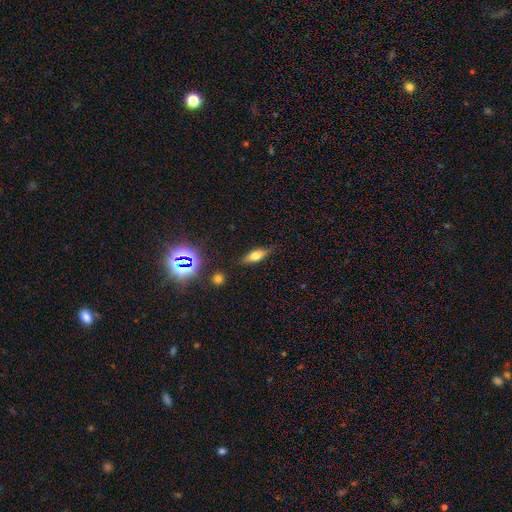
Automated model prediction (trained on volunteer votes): Overall: smooth (63%; featured or disk 25%). How rounded: in between (64%; cigar-shaped 31%). Merging: none (81%).